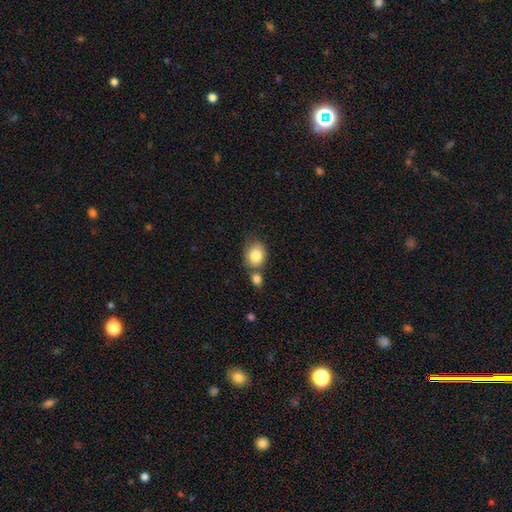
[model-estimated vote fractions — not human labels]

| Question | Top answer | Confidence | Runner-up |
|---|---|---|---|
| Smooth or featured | smooth | 84% | featured or disk (9%) |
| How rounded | round | 50% | in between (49%) |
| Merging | none | 47% | merger (32%) |